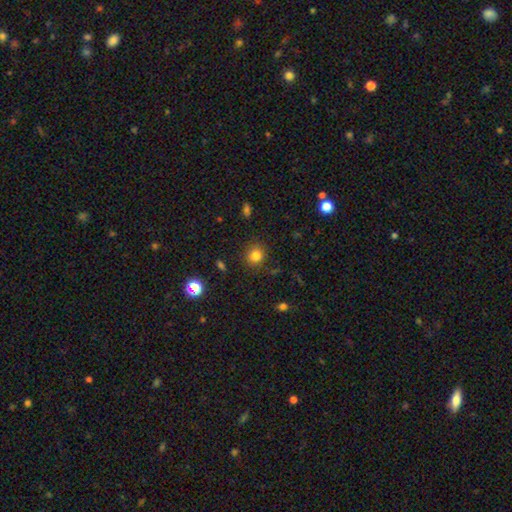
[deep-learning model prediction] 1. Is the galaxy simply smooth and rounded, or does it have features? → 82% smooth, 13% star or artifact, 5% featured or disk.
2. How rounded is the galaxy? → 85% round, 14% in between, 1% cigar-shaped.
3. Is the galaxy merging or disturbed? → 86% none, 9% minor disturbance, 3% major disturbance, 2% merger.